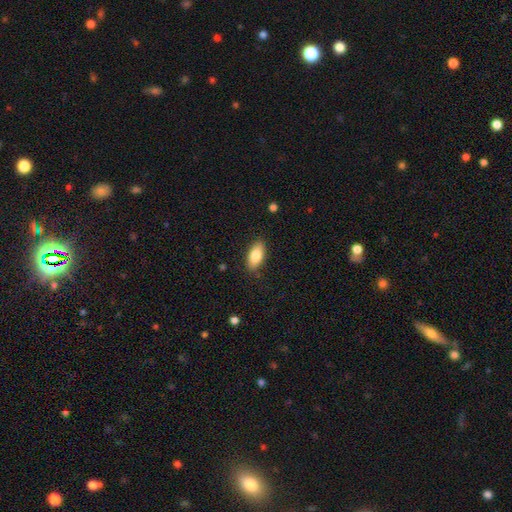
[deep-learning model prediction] The model was most divided on "smooth or featured": smooth: 82%, featured or disk: 11%, star or artifact: 7%. More confident: how rounded — in between (90%); merging — none (86%).